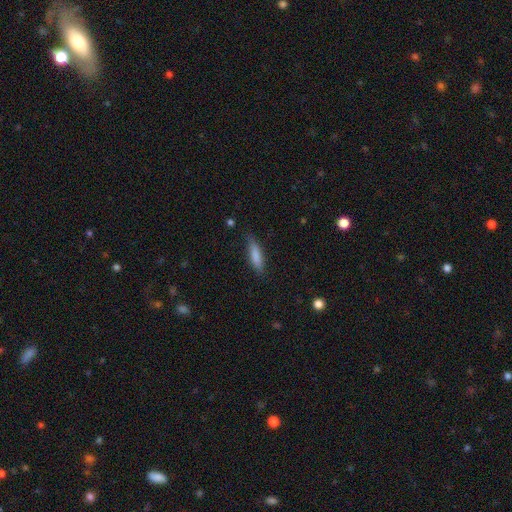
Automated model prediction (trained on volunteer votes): Morphology: type=smooth (81%); roundness=cigar-shaped (67%); merging=none (76%).